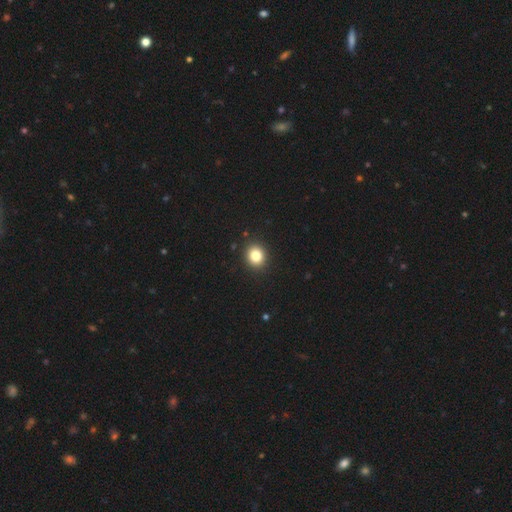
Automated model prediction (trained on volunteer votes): This is clearly a smooth galaxy (83%). How rounded: likely round (77%). Merging: clearly none (91%).